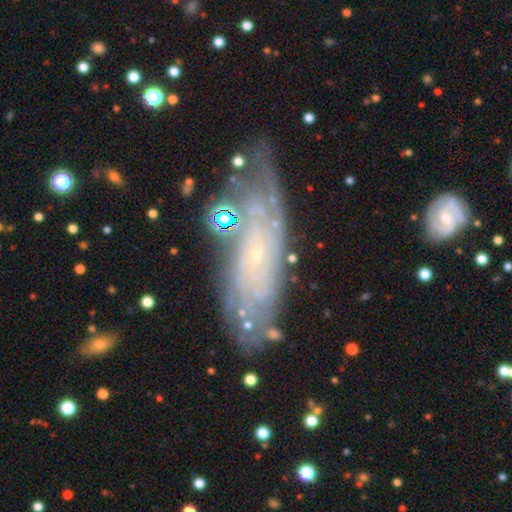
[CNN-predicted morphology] type=featured or disk (77%); edge-on=no (85%); bar=no (79%); spiral arms=yes (89%); winding=tight (76%); arm count=can't tell (61%); bulge=small (87%); merging=none (71%).